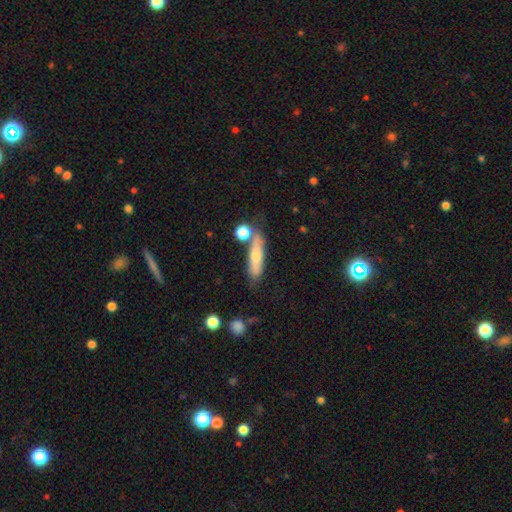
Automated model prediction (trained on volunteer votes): A smooth galaxy with no disk features (59%) that is cigar-shaped (72%). Merging: none (65%).